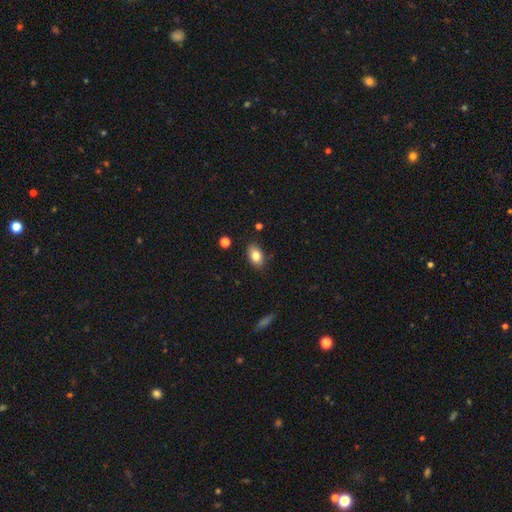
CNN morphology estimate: This appears to be a smooth galaxy with no disk features (81%) that is in between round and cigar-shaped (88%). Merging: none (84%).